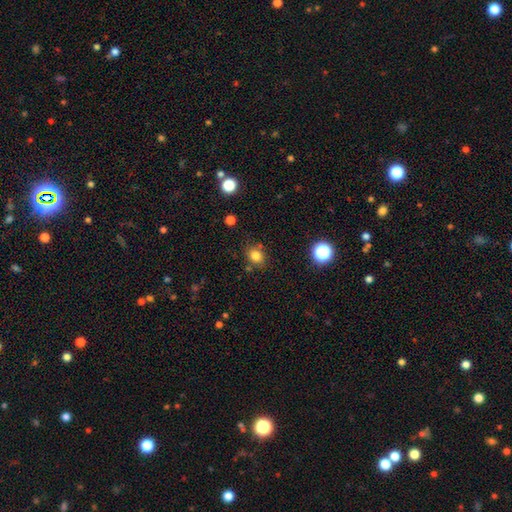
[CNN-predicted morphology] A smooth galaxy with no disk features (80%) that is round (63%). Merging: none (78%).